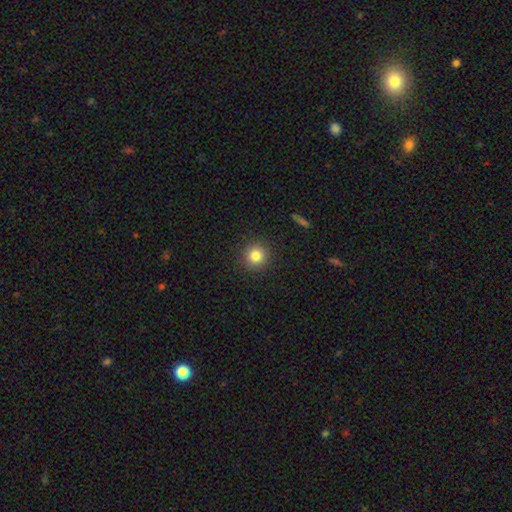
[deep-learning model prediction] The model was most divided on "smooth or featured": smooth: 81%, star or artifact: 12%, featured or disk: 7%. More confident: how rounded — round (95%); merging — none (91%).